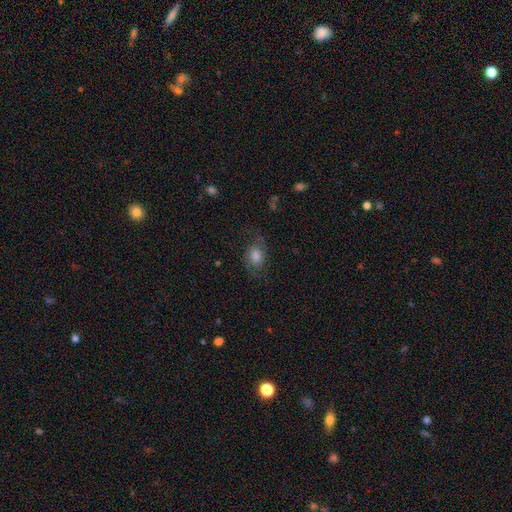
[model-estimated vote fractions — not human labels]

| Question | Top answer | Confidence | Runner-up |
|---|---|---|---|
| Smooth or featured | featured or disk | 48% | smooth (39%) |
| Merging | none | 65% | minor disturbance (18%) |